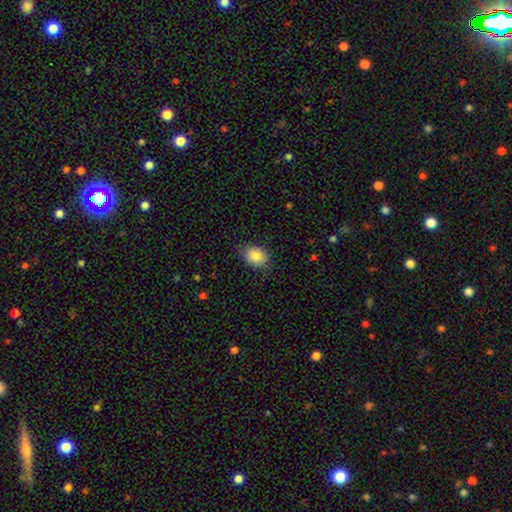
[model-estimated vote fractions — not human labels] The model was most divided on "how rounded": in between: 67%, round: 32%, cigar-shaped: 1%. More confident: smooth or featured — smooth (85%); merging — none (75%).